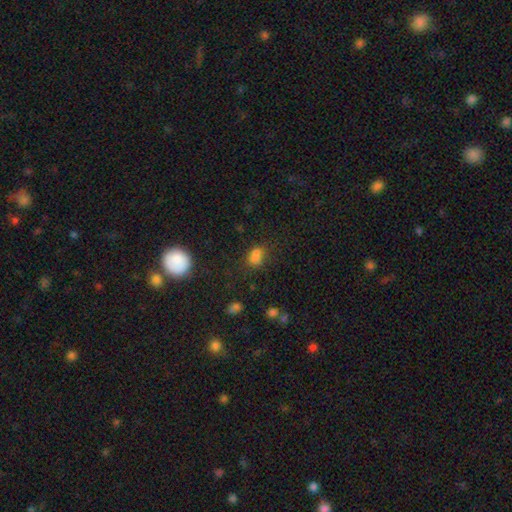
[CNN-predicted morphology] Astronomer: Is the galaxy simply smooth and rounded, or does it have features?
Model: smooth — 71%.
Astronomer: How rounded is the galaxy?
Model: in between — 65%.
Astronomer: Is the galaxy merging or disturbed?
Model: none — 53%.